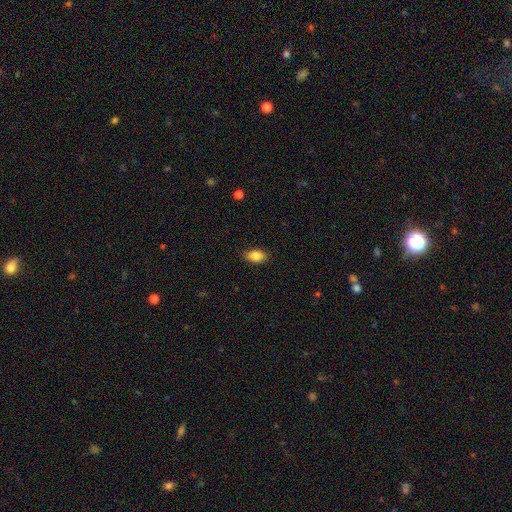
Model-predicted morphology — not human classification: smooth 87%, star or artifact 8%, featured or disk 5%. Down the decision tree: how rounded — in between (89%); merging — none (87%).